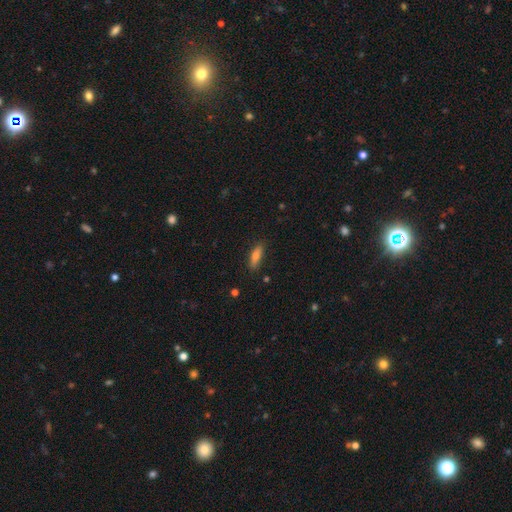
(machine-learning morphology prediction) smooth_or_featured: smooth (p=0.73) [alt: featured or disk p=0.19]
how_rounded: cigar-shaped (p=0.55) [alt: in between p=0.43]
merging: none (p=0.83) [alt: minor disturbance p=0.13]